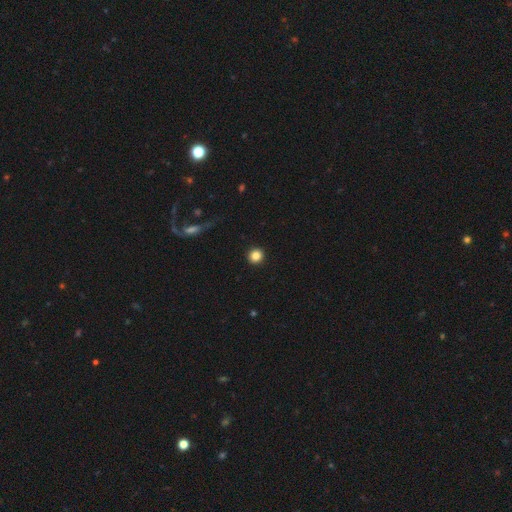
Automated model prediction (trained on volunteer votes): A smooth galaxy with no disk features (85%) that is round (94%). Merging: none (93%).